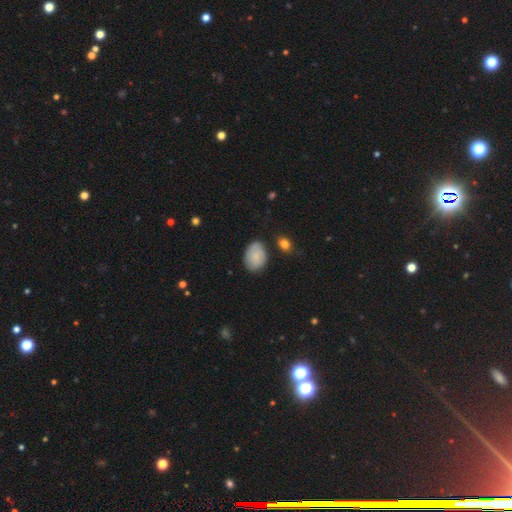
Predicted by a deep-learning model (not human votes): Smooth or featured?
  - smooth: 72% *
  - featured or disk: 21%
  - star or artifact: 7%
How rounded?
  - in between: 76% *
  - round: 23%
  - cigar-shaped: 1%
Merging?
  - none: 74% *
  - minor disturbance: 19%
  - major disturbance: 4%
  - merger: 3%